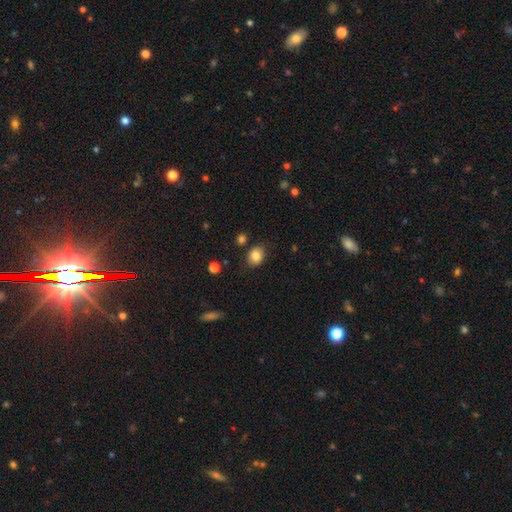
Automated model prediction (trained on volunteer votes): Morphology: type=smooth (84%); roundness=in between (58%); merging=none (80%).